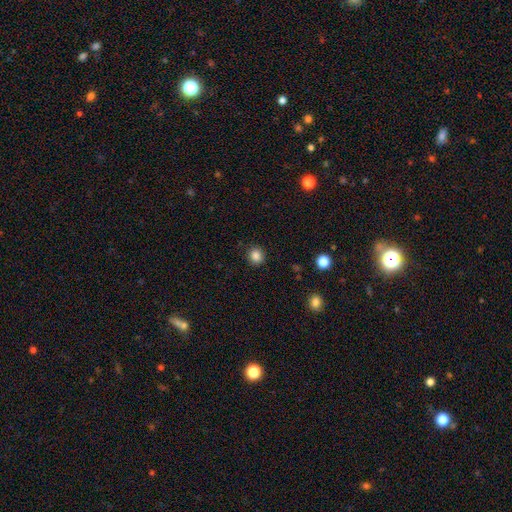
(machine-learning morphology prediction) smooth_or_featured: smooth (p=0.85) [alt: star or artifact p=0.11]
how_rounded: round (p=0.88) [alt: in between p=0.11]
merging: none (p=0.91) [alt: minor disturbance p=0.06]